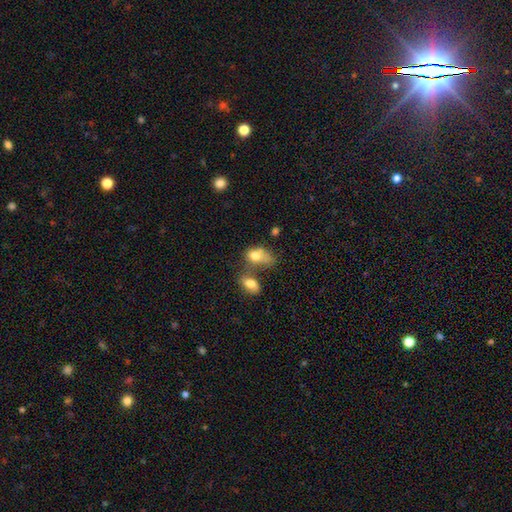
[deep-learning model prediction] smooth 75%, featured or disk 16%, star or artifact 9%. Down the decision tree: how rounded — in between (78%); merging — merger (52%).